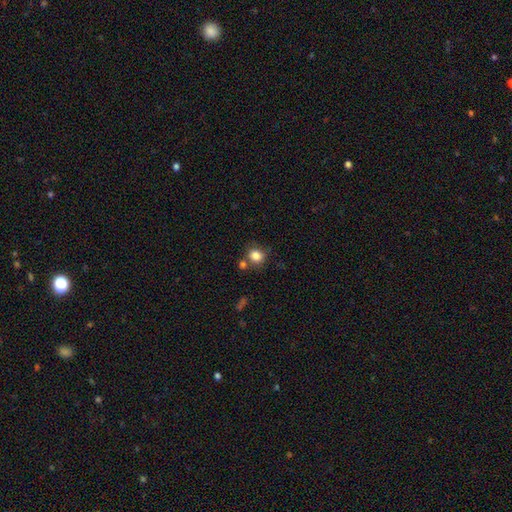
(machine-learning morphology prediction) The model was most divided on "merging": none: 68%, merger: 16%, minor disturbance: 12%, major disturbance: 4%. More confident: smooth or featured — smooth (83%); how rounded — round (78%).